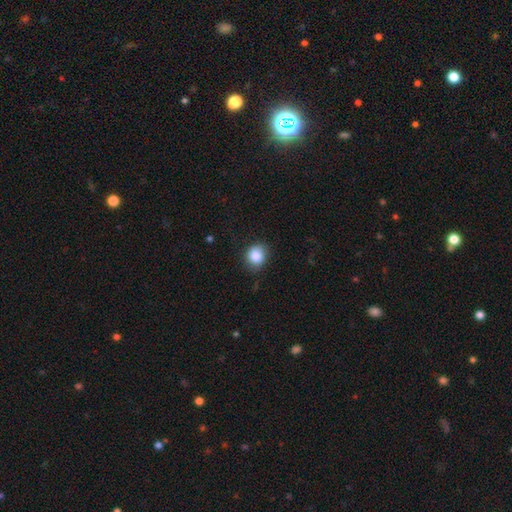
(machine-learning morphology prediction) This appears to be a smooth galaxy with no disk features (86%) that is round (70%). Merging: none (77%).